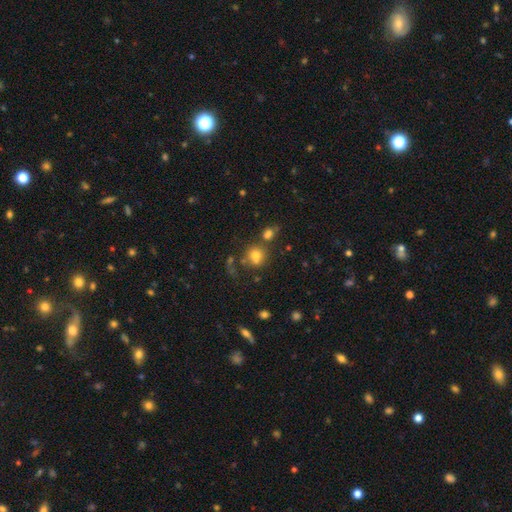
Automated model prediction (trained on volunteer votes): The model was most divided on "merging": none: 55%, merger: 24%, minor disturbance: 13%, major disturbance: 8%. More confident: how rounded — round (81%); smooth or featured — smooth (73%).